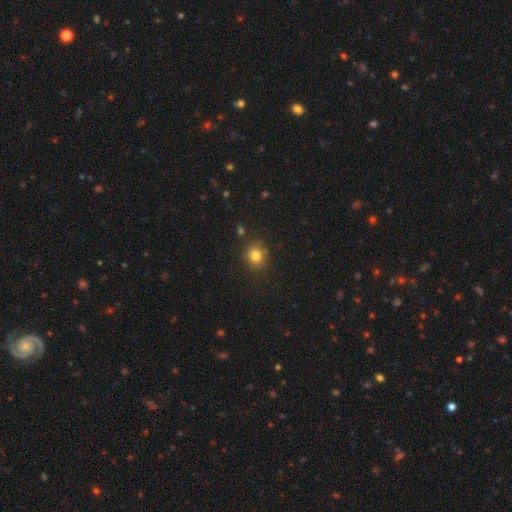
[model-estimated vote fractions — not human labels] Q: Smooth or featured?
A: smooth (81%); runner-up: star or artifact (13%)
Q: How rounded?
A: round (83%); runner-up: in between (16%)
Q: Merging?
A: none (84%); runner-up: minor disturbance (10%)